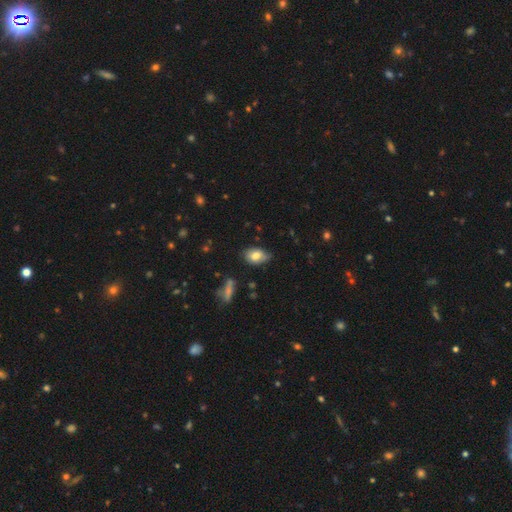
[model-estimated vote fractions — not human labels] The model was most divided on "merging": none: 61%, minor disturbance: 31%, major disturbance: 6%, merger: 2%. More confident: how rounded — in between (87%); smooth or featured — smooth (76%).